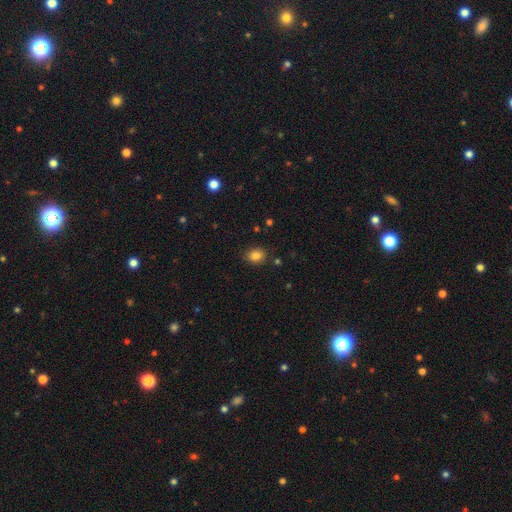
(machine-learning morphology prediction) The model was most divided on "how rounded": in between: 50%, round: 49%, cigar-shaped: 1%. More confident: merging — none (85%); smooth or featured — smooth (84%).